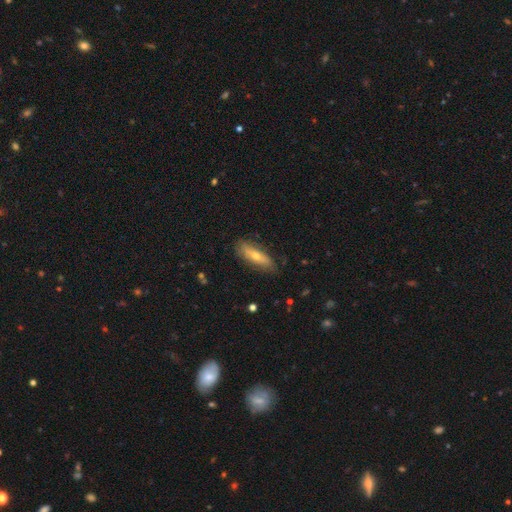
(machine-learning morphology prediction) A smooth galaxy with no disk features (56%) that is in between round and cigar-shaped (50%). Merging: none (79%).